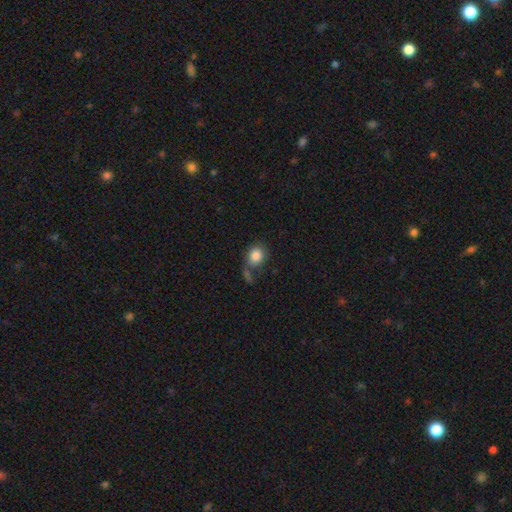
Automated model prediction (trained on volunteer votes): smooth 84%, star or artifact 8%, featured or disk 7%. Down the decision tree: how rounded — round (64%); merging — none (48%).